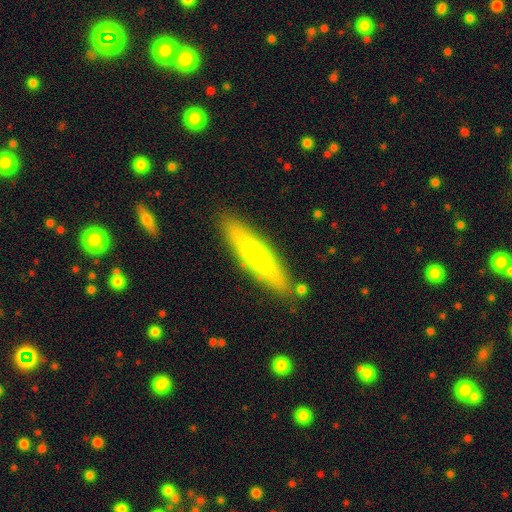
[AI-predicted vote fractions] Smooth or featured: smooth — 56% (featured or disk — 38%)
How rounded: cigar-shaped — 81% (in between — 17%)
Merging: none — 86% (minor disturbance — 9%)